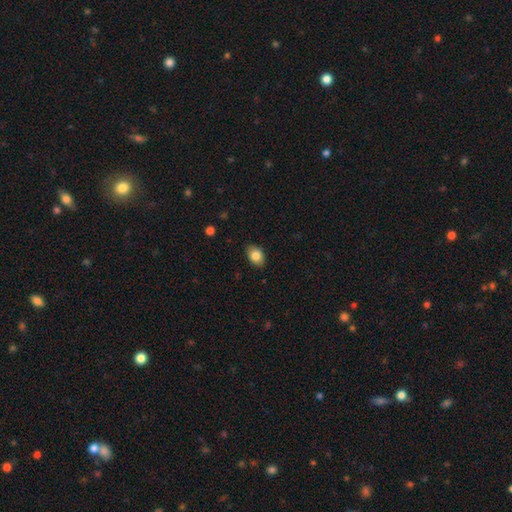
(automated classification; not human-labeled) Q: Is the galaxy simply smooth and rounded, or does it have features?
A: smooth — 84%.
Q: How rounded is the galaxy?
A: in between — 80%.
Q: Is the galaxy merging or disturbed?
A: none — 86%.